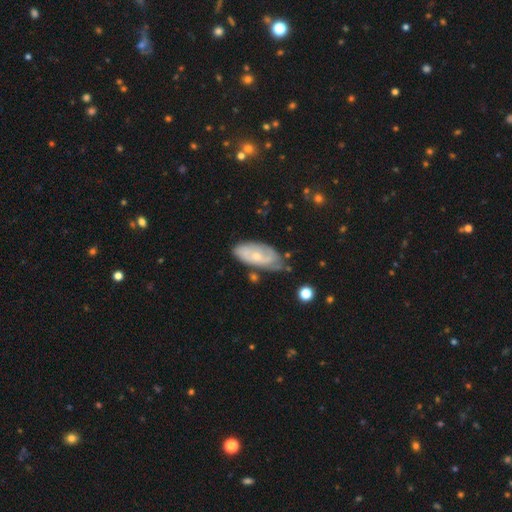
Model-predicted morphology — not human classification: Q: Smooth or featured?
A: featured or disk (58%); runner-up: smooth (35%)
Q: Edge-on disk?
A: no (91%); runner-up: yes (9%)
Q: Bar?
A: no (74%); runner-up: weak (22%)
Q: Spiral arms?
A: yes (70%); runner-up: no (30%)
Q: Bulge size?
A: small (61%); runner-up: moderate (34%)
Q: Merging?
A: none (53%); runner-up: minor disturbance (33%)